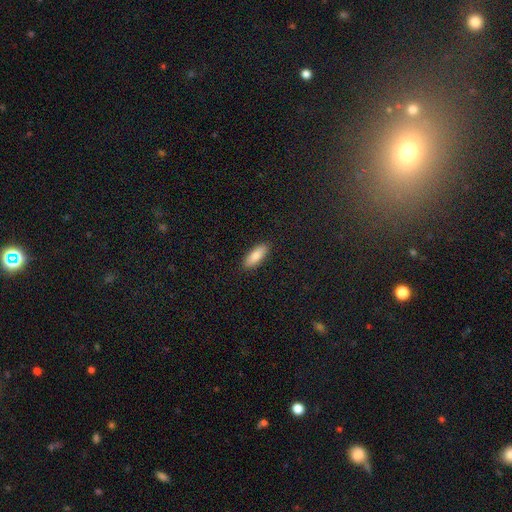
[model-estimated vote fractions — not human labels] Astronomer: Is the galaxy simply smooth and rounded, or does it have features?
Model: smooth — 86%.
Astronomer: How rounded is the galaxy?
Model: in between — 71%.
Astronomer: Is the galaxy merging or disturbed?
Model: none — 90%.